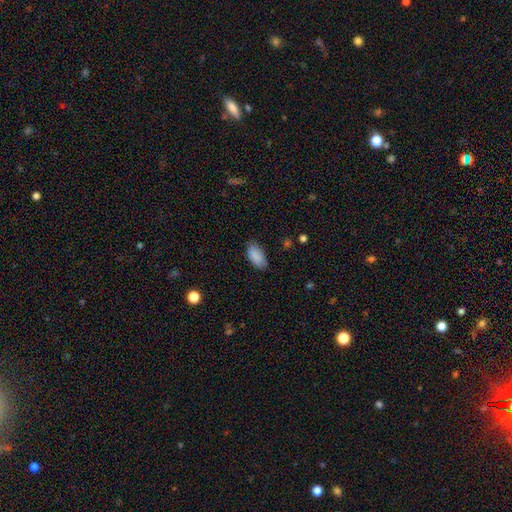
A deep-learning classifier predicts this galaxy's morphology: This appears to be a smooth galaxy with no disk features (89%) that is in between round and cigar-shaped (93%). Merging: none (81%).